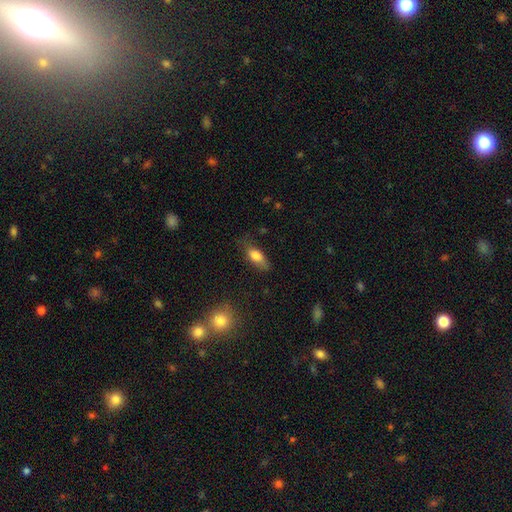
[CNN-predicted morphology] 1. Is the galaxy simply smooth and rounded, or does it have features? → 78% smooth, 15% featured or disk, 7% star or artifact.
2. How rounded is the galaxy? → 78% in between, 18% cigar-shaped, 4% round.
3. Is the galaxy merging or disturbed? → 62% none, 28% minor disturbance, 9% major disturbance, 2% merger.